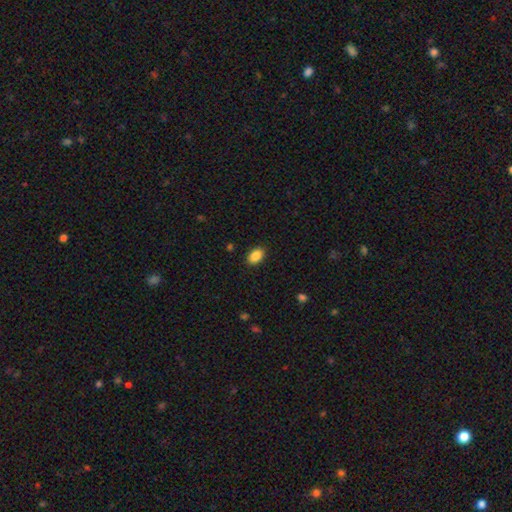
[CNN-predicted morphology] The model was most divided on "how rounded": in between: 89%, round: 10%, cigar-shaped: 1%. More confident: merging — none (88%); smooth or featured — smooth (88%).